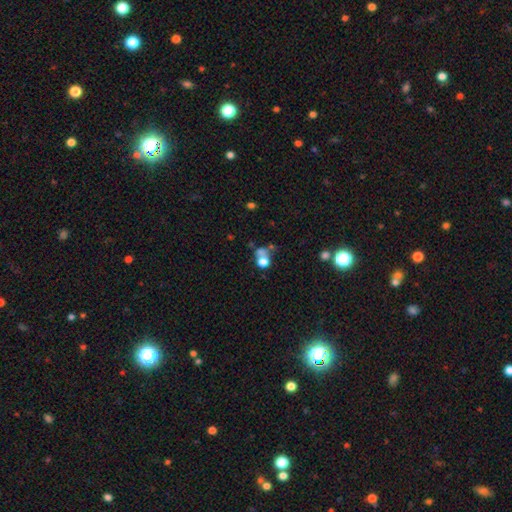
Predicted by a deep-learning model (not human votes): Smooth or featured? Predicted: smooth (p=0.66). How rounded? Predicted: round (p=0.71). Merging? Predicted: merger (p=0.39).